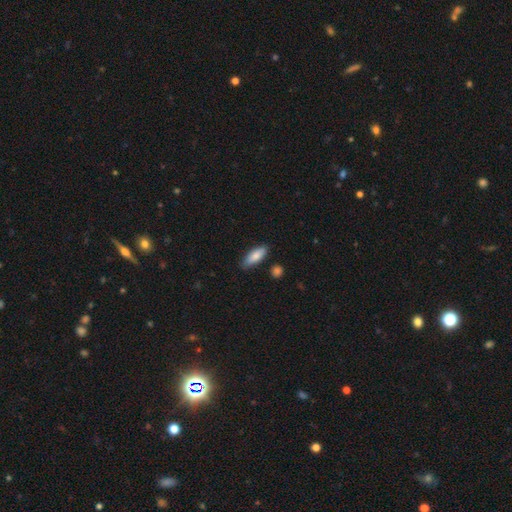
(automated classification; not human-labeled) This is clearly a smooth galaxy (82%). How rounded: likely in between (67%). Merging: clearly none (81%).